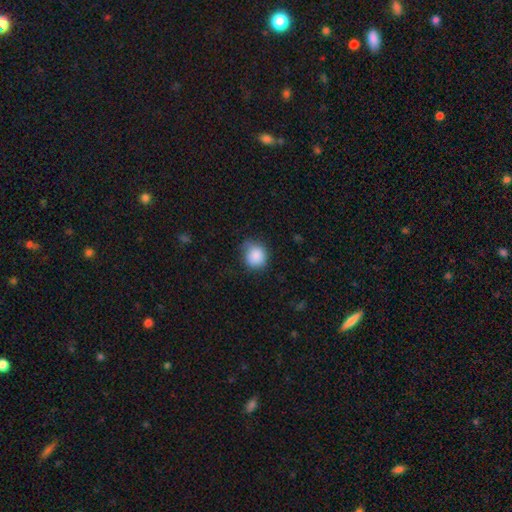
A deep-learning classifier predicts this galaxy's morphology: Smooth or featured? smooth (85%)
How rounded? round (80%)
Merging? none (59%)